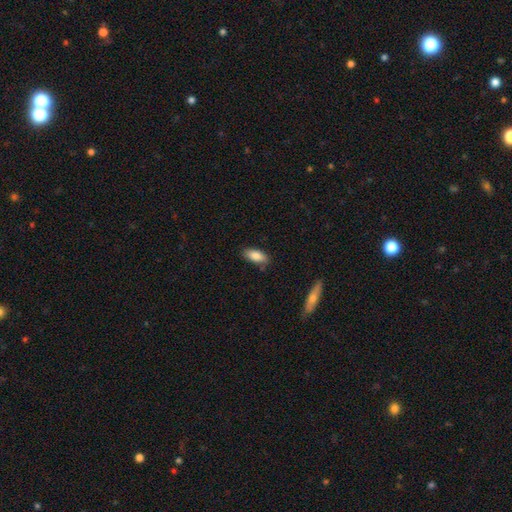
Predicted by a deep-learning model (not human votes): Q: Smooth or featured?
A: smooth (85%); runner-up: featured or disk (8%)
Q: How rounded?
A: in between (85%); runner-up: cigar-shaped (12%)
Q: Merging?
A: none (79%); runner-up: minor disturbance (16%)